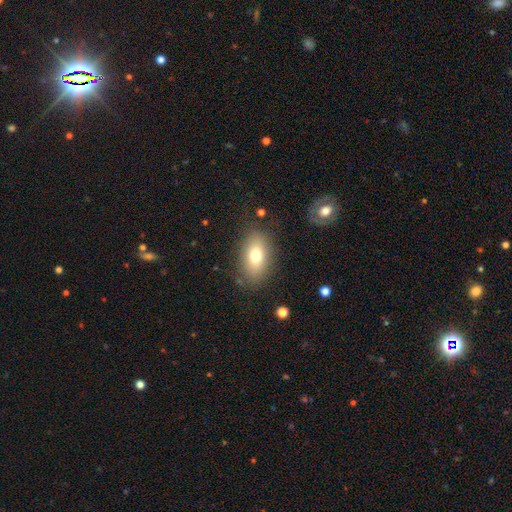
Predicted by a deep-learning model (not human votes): Morphology: type=smooth (74%); roundness=in between (88%); merging=none (81%).